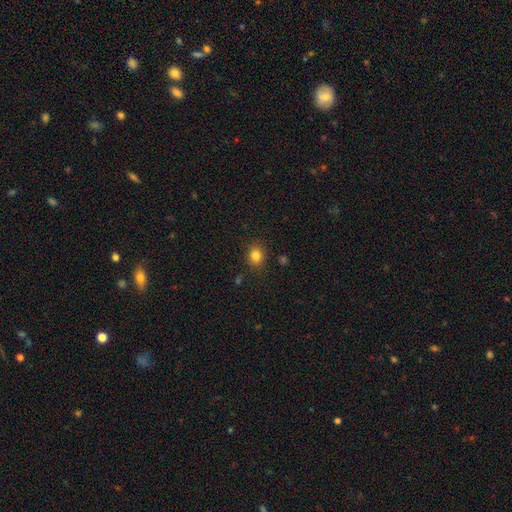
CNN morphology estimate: Q: Smooth or featured?
A: smooth (83%); runner-up: star or artifact (12%)
Q: How rounded?
A: round (68%); runner-up: in between (31%)
Q: Merging?
A: none (86%); runner-up: minor disturbance (10%)